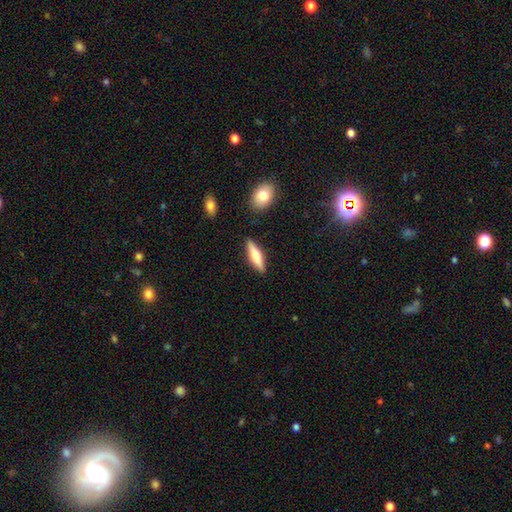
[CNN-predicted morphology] This is likely a smooth galaxy (62%). How rounded: likely cigar-shaped (67%). Merging: clearly none (87%).